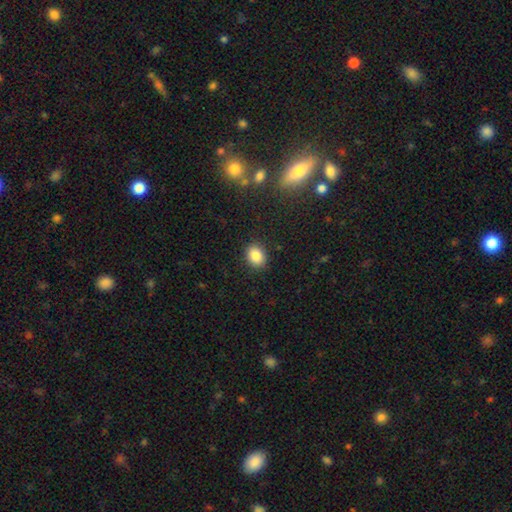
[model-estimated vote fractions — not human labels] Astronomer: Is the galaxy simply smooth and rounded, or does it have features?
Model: smooth — 86%.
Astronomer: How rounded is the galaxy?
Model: in between — 65%.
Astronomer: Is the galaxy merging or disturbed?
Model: none — 89%.